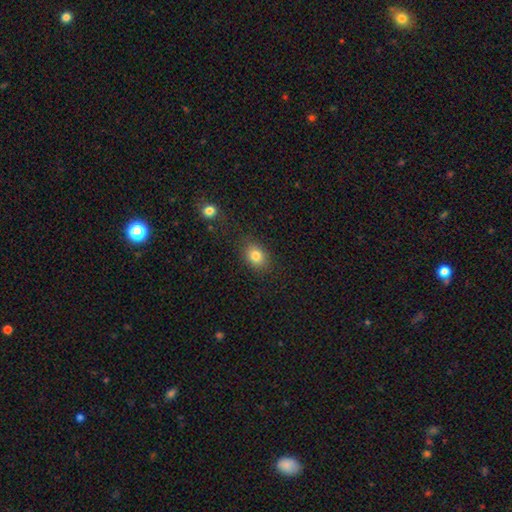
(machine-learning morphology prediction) Smooth or featured? smooth (82%)
How rounded? in between (64%)
Merging? none (83%)